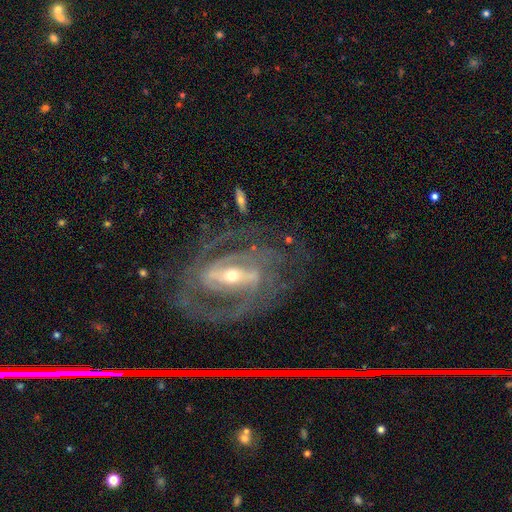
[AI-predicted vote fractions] Smooth or featured: featured or disk — 84% (star or artifact — 9%)
Edge-on disk: no — 94% (yes — 6%)
Bar: strong — 56% (weak — 30%)
Spiral arms: yes — 90% (no — 10%)
Spiral winding: tight — 53% (medium — 37%)
Spiral arm count: 2 — 52% (can't tell — 23%)
Bulge size: small — 53% (moderate — 42%)
Merging: none — 69% (minor disturbance — 15%)